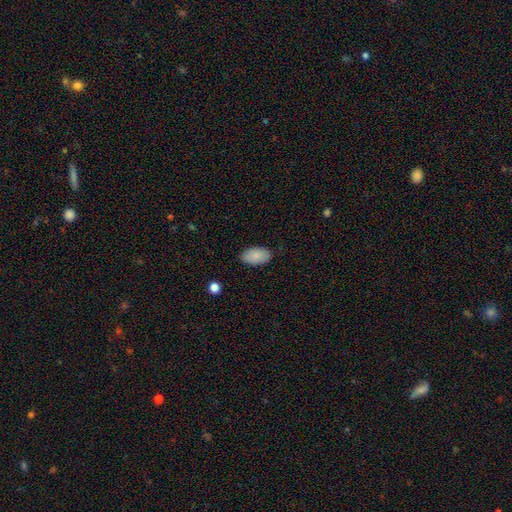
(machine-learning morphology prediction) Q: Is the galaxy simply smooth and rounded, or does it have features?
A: smooth — 87%.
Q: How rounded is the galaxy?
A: in between — 94%.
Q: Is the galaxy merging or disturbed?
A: none — 86%.